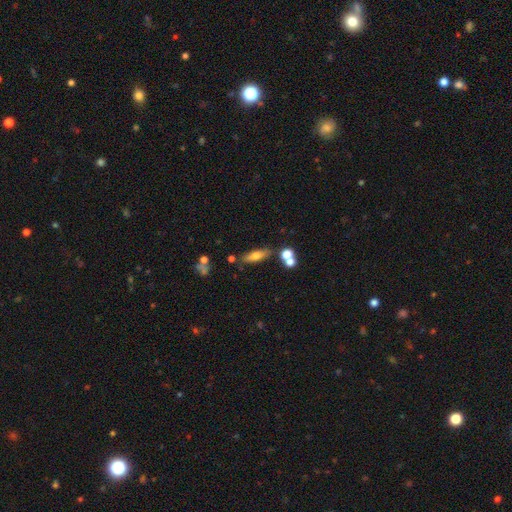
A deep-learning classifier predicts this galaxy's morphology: This appears to be a smooth galaxy with no disk features (62%) that is in between round and cigar-shaped (49%). Merging: none (72%).